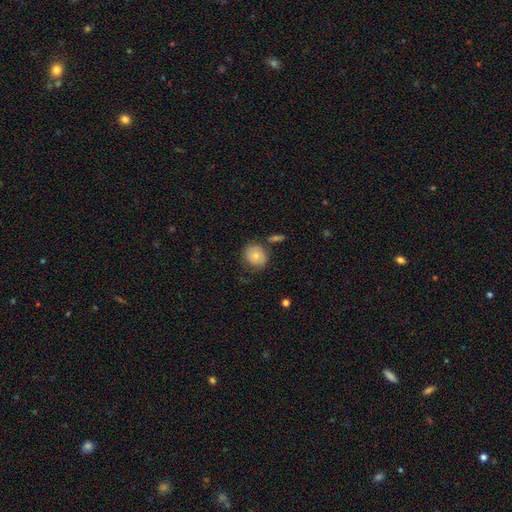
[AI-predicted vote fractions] smooth_or_featured: smooth (p=0.71) [alt: featured or disk p=0.21]
how_rounded: round (p=0.70) [alt: in between p=0.29]
merging: none (p=0.64) [alt: minor disturbance p=0.21]